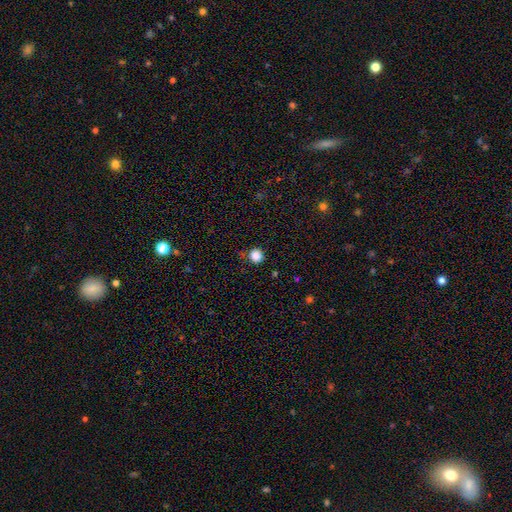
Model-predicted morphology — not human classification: Smooth or featured: smooth — 86% (star or artifact — 11%)
How rounded: round — 93% (in between — 6%)
Merging: none — 85% (minor disturbance — 10%)